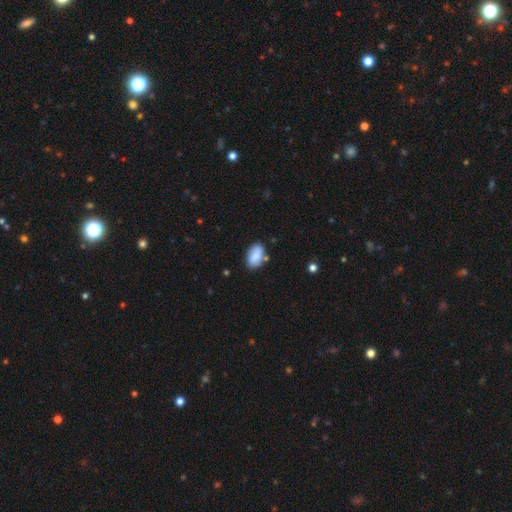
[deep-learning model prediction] Smooth or featured?
  - smooth: 84% *
  - featured or disk: 9%
  - star or artifact: 7%
How rounded?
  - in between: 92% *
  - round: 7%
  - cigar-shaped: 2%
Merging?
  - none: 75% *
  - minor disturbance: 16%
  - merger: 6%
  - major disturbance: 3%